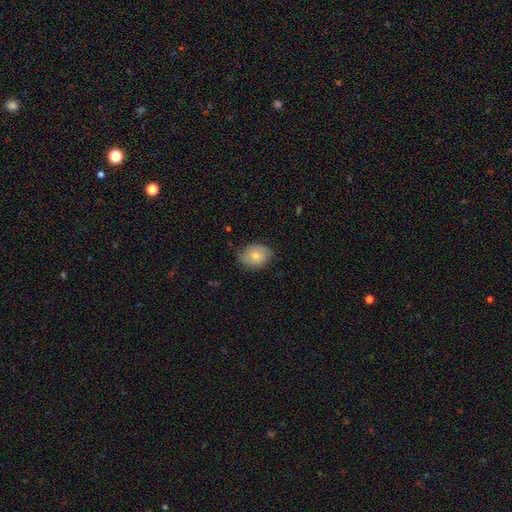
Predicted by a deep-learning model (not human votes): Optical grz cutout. It shows a smooth galaxy with no disk features (71%) that is in between round and cigar-shaped (58%). Merging: none (71%).